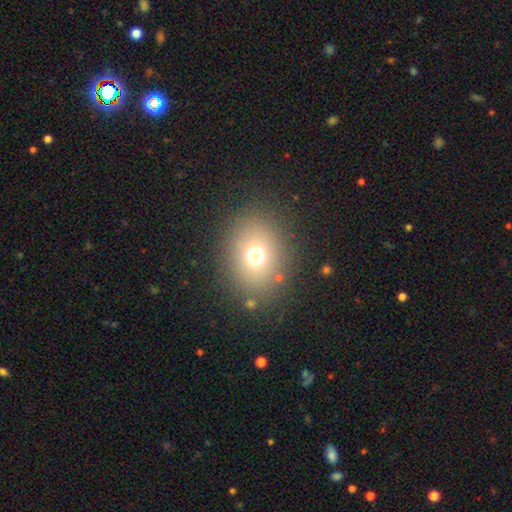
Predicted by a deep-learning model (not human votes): Smooth or featured: smooth — 68% (star or artifact — 19%)
How rounded: round — 58% (in between — 41%)
Merging: none — 84% (minor disturbance — 9%)